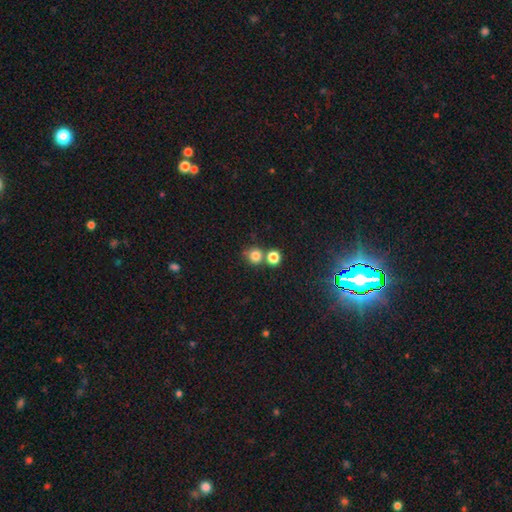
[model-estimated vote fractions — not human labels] A smooth galaxy with no disk features (79%) that is round (90%).

Vote fractions:
- Smooth or featured? smooth: 79% / star or artifact: 14% / featured or disk: 7%
- How rounded? round: 90% / in between: 9% / cigar-shaped: 1%
- Merging? none: 63% / merger: 25% / minor disturbance: 9% / major disturbance: 4%